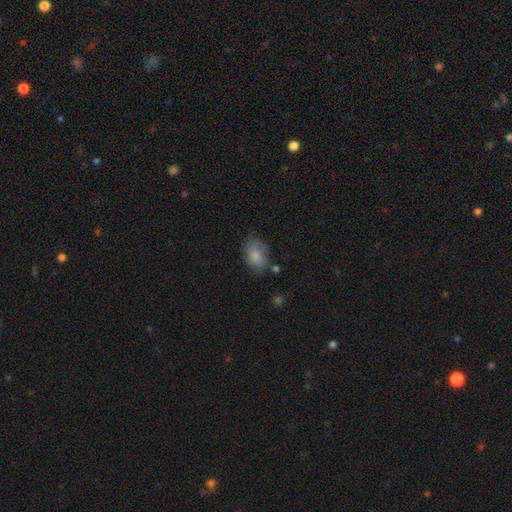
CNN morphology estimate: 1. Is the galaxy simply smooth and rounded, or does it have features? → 80% smooth, 13% featured or disk, 8% star or artifact.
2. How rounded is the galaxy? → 78% in between, 21% round, 1% cigar-shaped.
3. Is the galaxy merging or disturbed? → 59% none, 27% minor disturbance, 9% major disturbance, 5% merger.